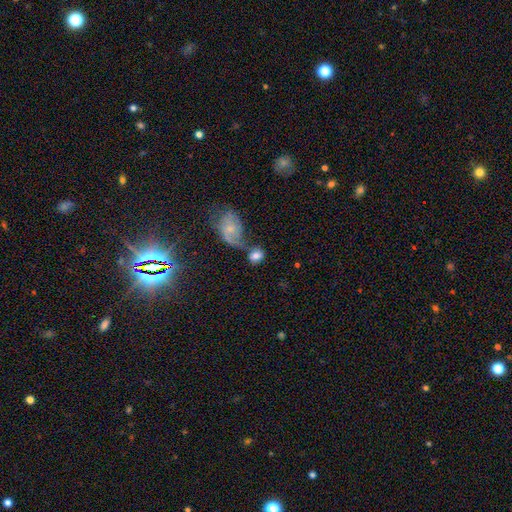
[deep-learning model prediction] Overall: smooth (70%). How rounded: in between (56%; round 42%). Merging: none (38%; merger 34%).